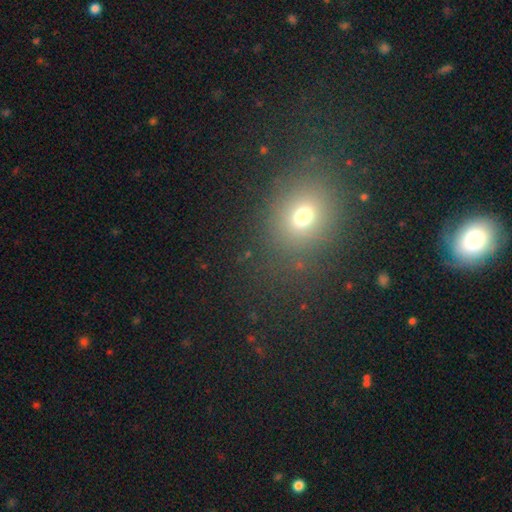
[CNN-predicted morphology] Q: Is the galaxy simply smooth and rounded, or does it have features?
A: smooth — 61%.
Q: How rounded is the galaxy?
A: round — 60%.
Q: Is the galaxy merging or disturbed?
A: none — 83%.